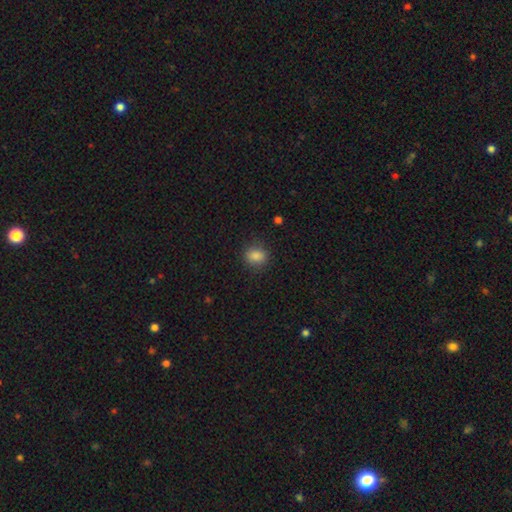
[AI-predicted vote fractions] This is clearly a smooth galaxy (85%). How rounded: possibly round (58%). Merging: clearly none (85%).